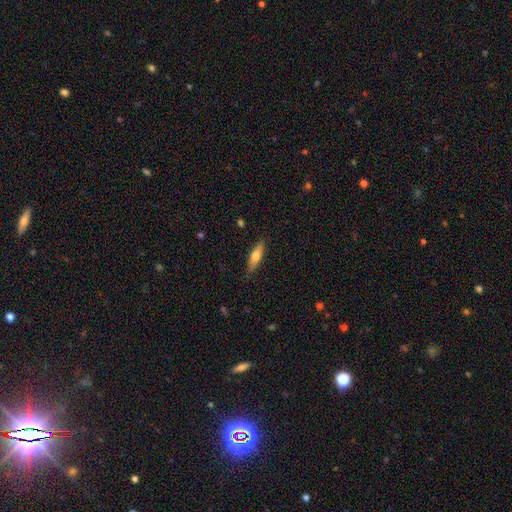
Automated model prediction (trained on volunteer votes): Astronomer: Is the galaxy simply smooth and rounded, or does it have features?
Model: smooth — 62%.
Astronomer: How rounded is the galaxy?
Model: cigar-shaped — 59% (runner-up: in between, 39%).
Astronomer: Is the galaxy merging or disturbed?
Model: none — 85%.